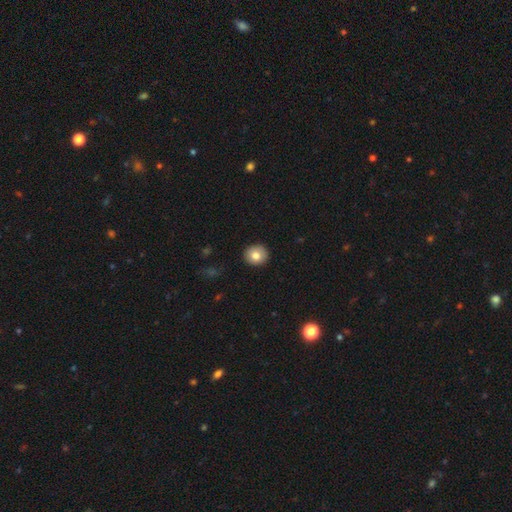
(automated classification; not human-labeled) Q: Smooth or featured?
A: smooth (80%); runner-up: featured or disk (11%)
Q: How rounded?
A: round (86%); runner-up: in between (13%)
Q: Merging?
A: none (91%); runner-up: minor disturbance (6%)